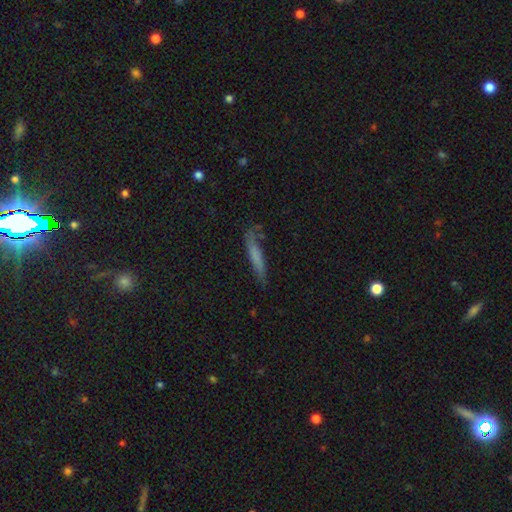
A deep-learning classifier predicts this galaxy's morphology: A smooth galaxy with no disk features (66%) that is cigar-shaped (92%).

Vote fractions:
- Smooth or featured? smooth: 66% / featured or disk: 26% / star or artifact: 8%
- How rounded? cigar-shaped: 92% / in between: 7% / round: 2%
- Merging? none: 68% / minor disturbance: 21% / major disturbance: 6% / merger: 4%